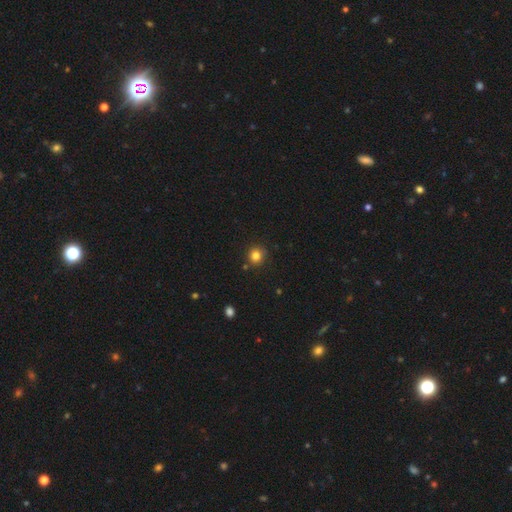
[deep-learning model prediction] Overall: smooth (82%). How rounded: round (89%). Merging: none (85%).